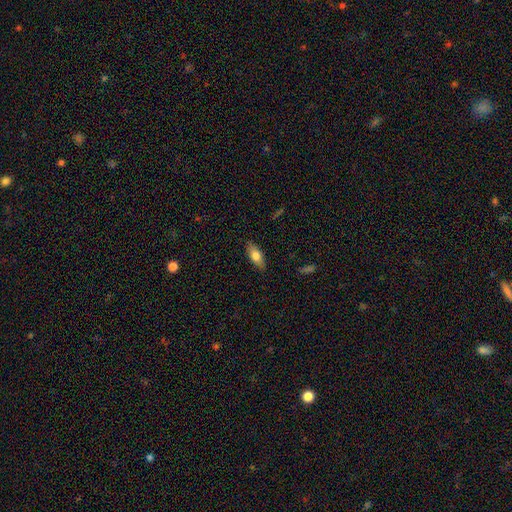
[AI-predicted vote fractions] A smooth galaxy with no disk features (71%) that is in between round and cigar-shaped (73%). Merging: none (86%).